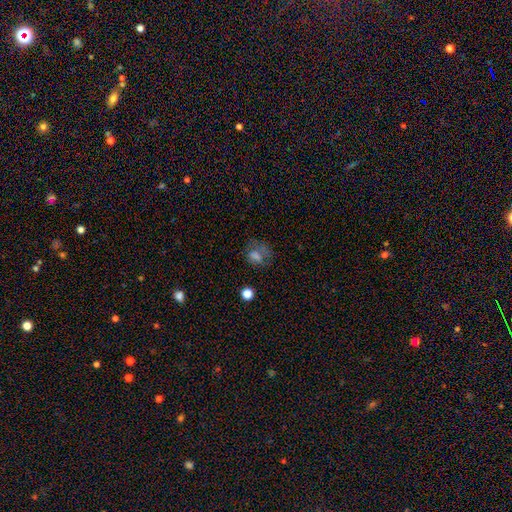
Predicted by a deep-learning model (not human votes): A smooth galaxy with no disk features (52%) that is round (56%). Merging: none (51%).